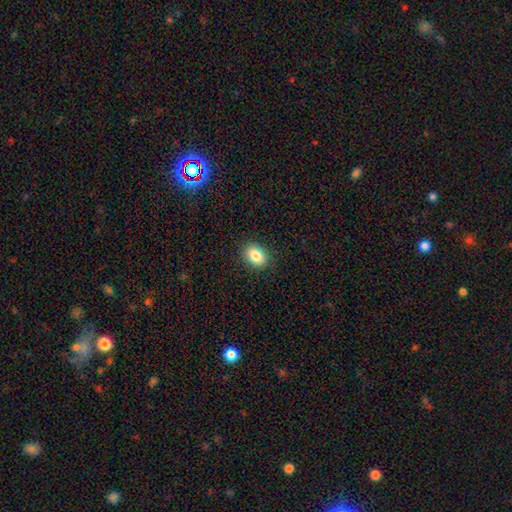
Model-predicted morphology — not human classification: type=smooth (85%); roundness=in between (73%); merging=none (89%).